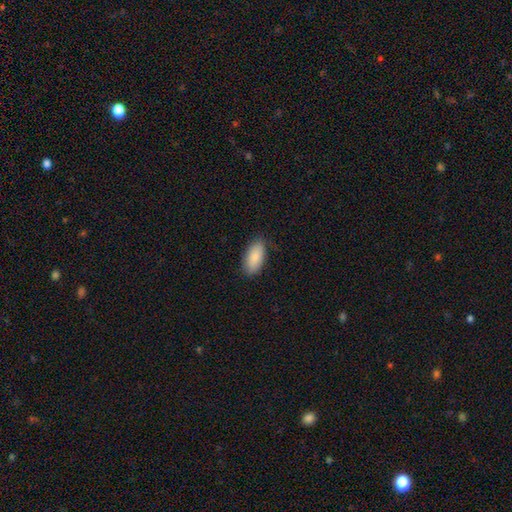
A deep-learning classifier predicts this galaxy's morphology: smooth 87%, featured or disk 7%, star or artifact 6%. Down the decision tree: how rounded — in between (91%); merging — none (83%).